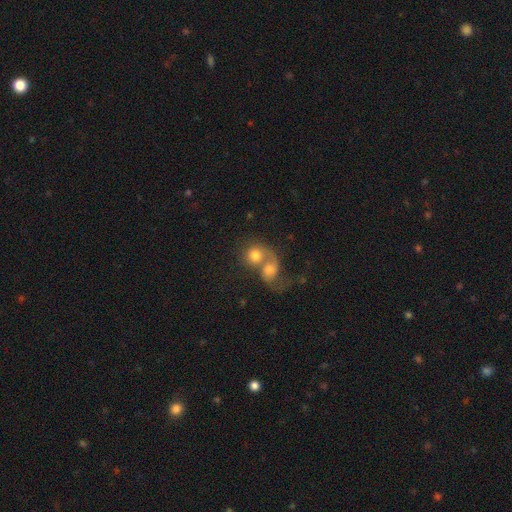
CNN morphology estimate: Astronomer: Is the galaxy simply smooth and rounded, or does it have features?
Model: smooth — 61%.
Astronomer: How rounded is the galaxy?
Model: round — 73%.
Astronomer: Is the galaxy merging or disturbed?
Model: merger — 75%.